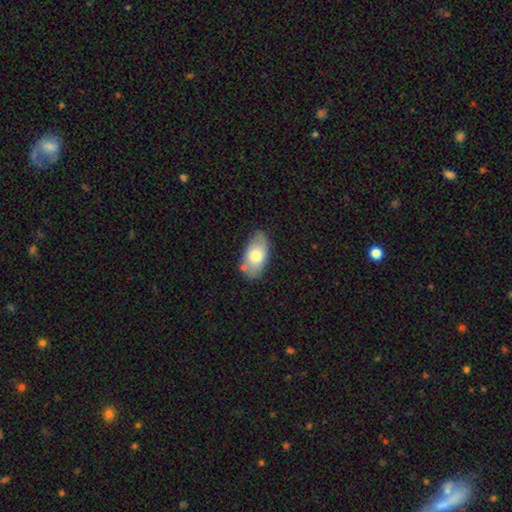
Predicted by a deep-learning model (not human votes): smooth 70%, featured or disk 23%, star or artifact 6%. Down the decision tree: how rounded — in between (93%); merging — none (71%).